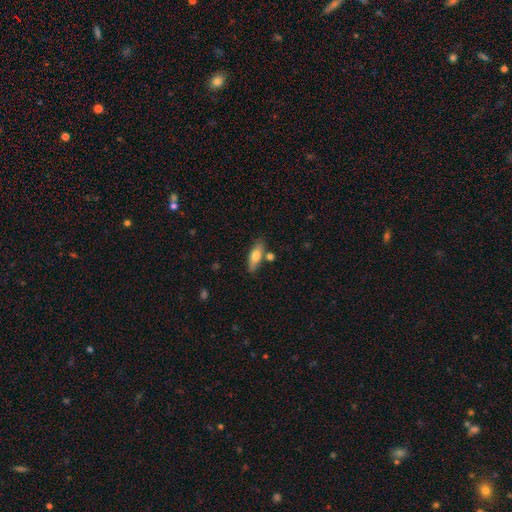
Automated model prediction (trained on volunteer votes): Smooth or featured: smooth — 68% (featured or disk — 26%)
How rounded: in between — 59% (cigar-shaped — 38%)
Merging: none — 72% (minor disturbance — 15%)